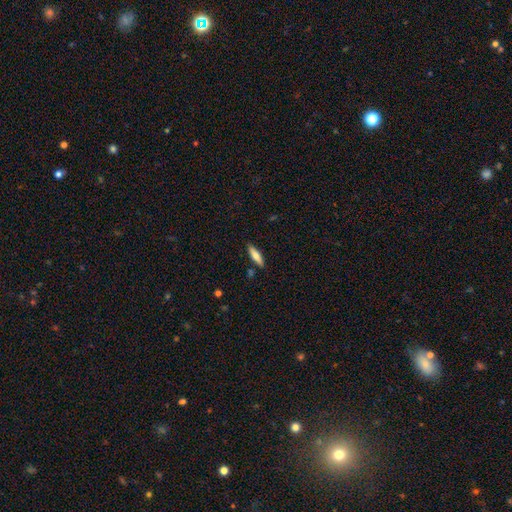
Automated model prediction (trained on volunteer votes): smooth-or-featured: smooth: 70% | featured or disk: 24% | star or artifact: 6%
  how-rounded: cigar-shaped: 65% | in between: 34% | round: 2%
  merging: none: 86% | minor disturbance: 10% | merger: 3% | major disturbance: 2%